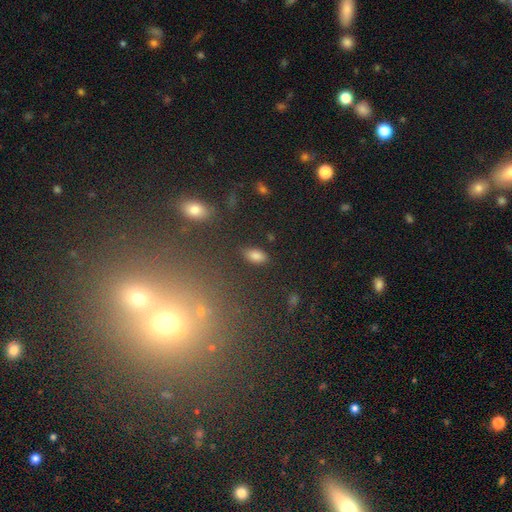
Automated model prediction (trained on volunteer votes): smooth_or_featured: smooth (p=0.83) [alt: star or artifact p=0.11]
how_rounded: in between (p=0.91) [alt: cigar-shaped p=0.05]
merging: none (p=0.85) [alt: minor disturbance p=0.10]